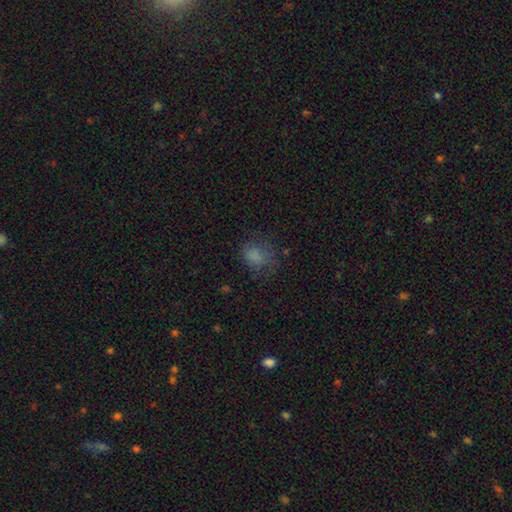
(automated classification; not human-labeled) The model was most divided on "how rounded": in between: 50%, round: 48%, cigar-shaped: 1%. More confident: smooth or featured — smooth (74%); merging — none (56%).